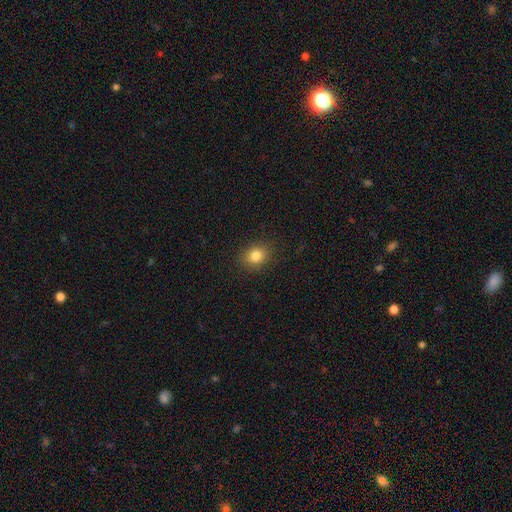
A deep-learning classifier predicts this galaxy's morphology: smooth_or_featured: smooth (p=0.82) [alt: star or artifact p=0.12]
how_rounded: round (p=0.57) [alt: in between p=0.42]
merging: none (p=0.88) [alt: minor disturbance p=0.08]